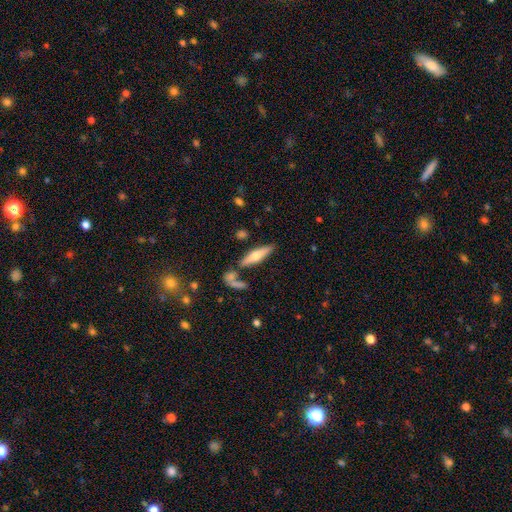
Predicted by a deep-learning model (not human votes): Morphology: type=smooth (52%); roundness=cigar-shaped (70%); merging=none (71%).